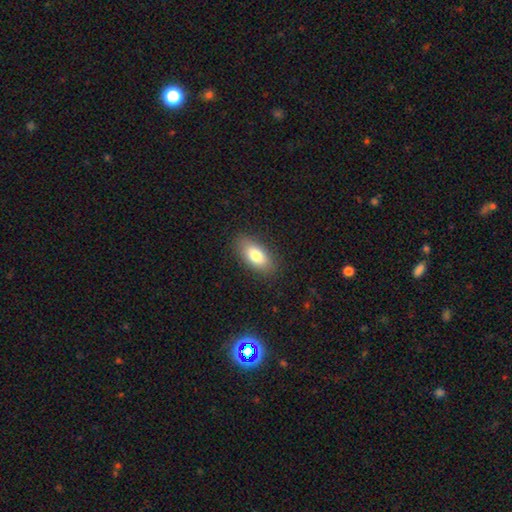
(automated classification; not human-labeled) smooth_or_featured: smooth (p=0.79) [alt: featured or disk p=0.14]
how_rounded: in between (p=0.89) [alt: cigar-shaped p=0.08]
merging: none (p=0.86) [alt: minor disturbance p=0.11]